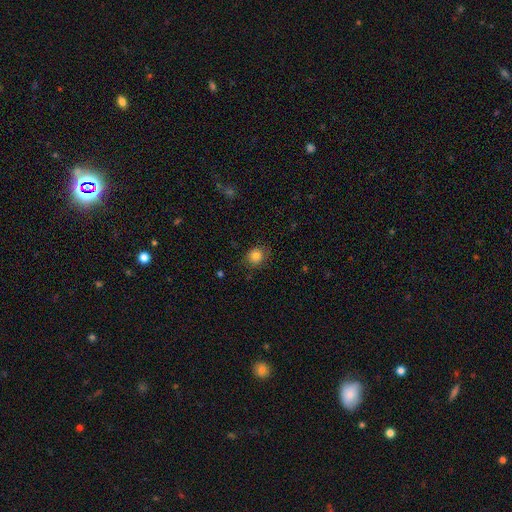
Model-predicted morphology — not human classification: Overall: smooth (84%). How rounded: round (78%). Merging: none (79%).